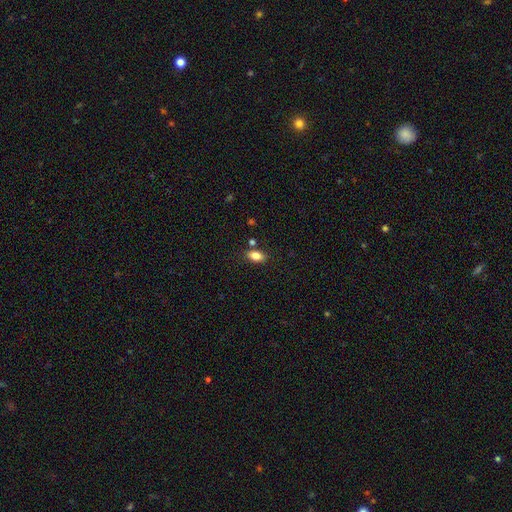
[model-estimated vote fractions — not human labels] smooth_or_featured: smooth (p=0.84) [alt: star or artifact p=0.09]
how_rounded: in between (p=0.88) [alt: round p=0.06]
merging: none (p=0.79) [alt: minor disturbance p=0.12]